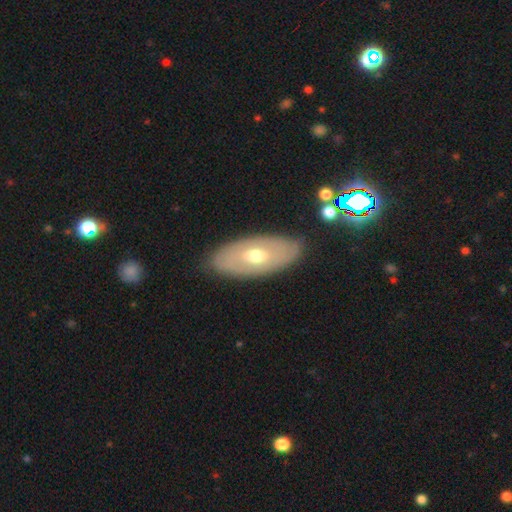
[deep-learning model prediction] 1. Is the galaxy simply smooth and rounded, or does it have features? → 50% featured or disk, 44% smooth, 6% star or artifact.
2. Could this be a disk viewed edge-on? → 82% no, 18% yes.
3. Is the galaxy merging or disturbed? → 83% none, 12% minor disturbance, 3% major disturbance, 2% merger.